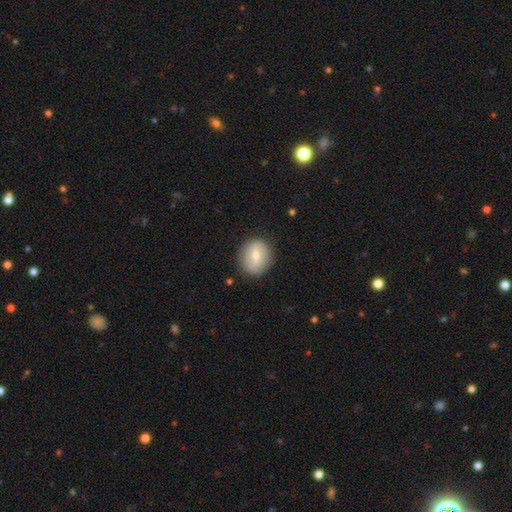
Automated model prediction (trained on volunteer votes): A smooth galaxy with no disk features (56%) that is round (66%). Merging: none (84%).